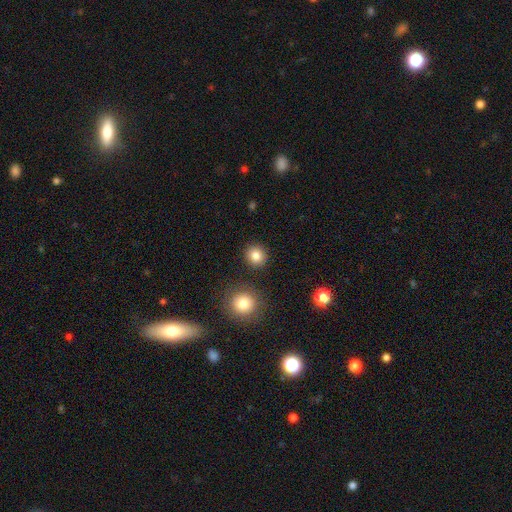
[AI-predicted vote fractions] Smooth or featured? smooth (84%)
How rounded? round (90%)
Merging? none (88%)